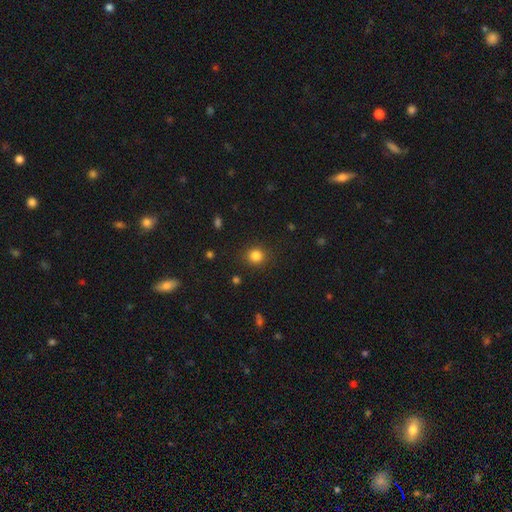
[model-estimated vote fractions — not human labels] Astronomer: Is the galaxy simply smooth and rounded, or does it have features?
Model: smooth — 84%.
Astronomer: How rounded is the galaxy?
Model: round — 87%.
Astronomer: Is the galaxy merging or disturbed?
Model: none — 89%.